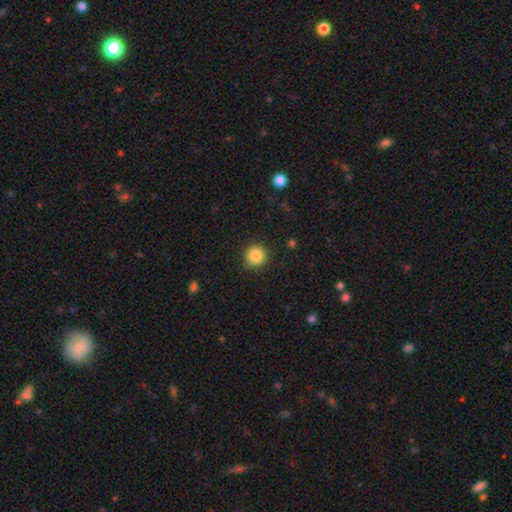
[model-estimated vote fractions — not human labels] This is clearly a smooth galaxy (85%). How rounded: clearly round (91%). Merging: clearly none (85%).